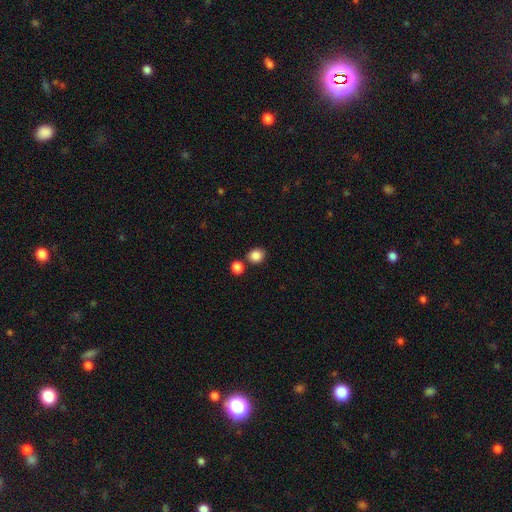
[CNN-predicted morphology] Smooth or featured? smooth (86%)
How rounded? round (73%)
Merging? none (75%)